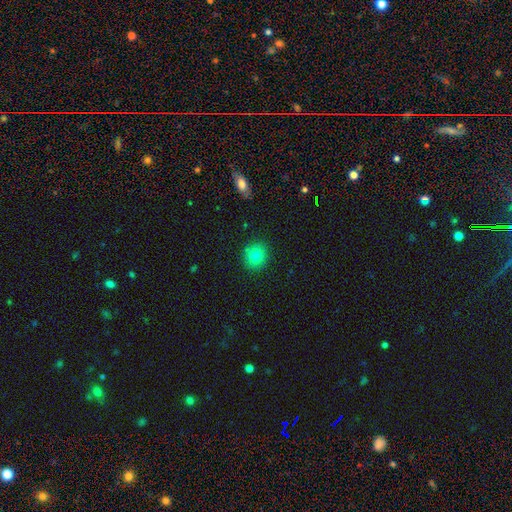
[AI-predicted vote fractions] Smooth or featured?
  - smooth: 81% *
  - star or artifact: 11%
  - featured or disk: 7%
How rounded?
  - round: 87% *
  - in between: 12%
  - cigar-shaped: 1%
Merging?
  - none: 90% *
  - minor disturbance: 7%
  - major disturbance: 2%
  - merger: 1%